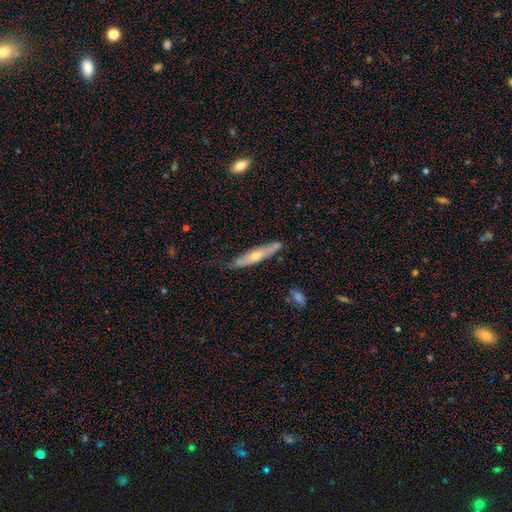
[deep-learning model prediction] smooth-or-featured: featured or disk: 54% | smooth: 40% | star or artifact: 6%
  disk-edge-on: yes: 79% | no: 21%
  merging: none: 65% | minor disturbance: 26% | major disturbance: 5% | merger: 4%